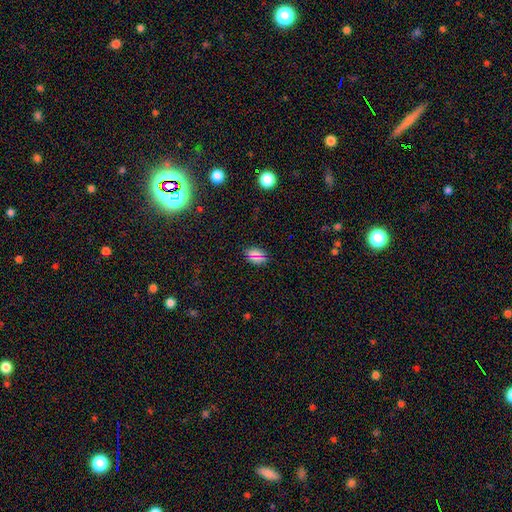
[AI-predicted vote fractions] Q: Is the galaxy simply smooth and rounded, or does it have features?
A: smooth — 65%.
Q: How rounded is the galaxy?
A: in between — 76%.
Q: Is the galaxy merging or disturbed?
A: none — 84%.